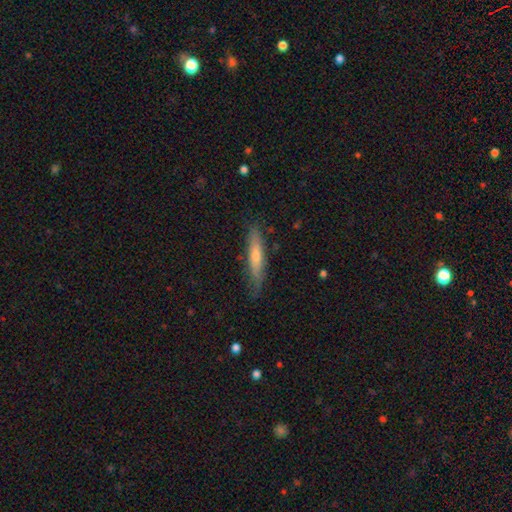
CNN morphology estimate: Smooth or featured: smooth — 53% (featured or disk — 41%)
How rounded: cigar-shaped — 88% (in between — 11%)
Merging: none — 77% (minor disturbance — 18%)